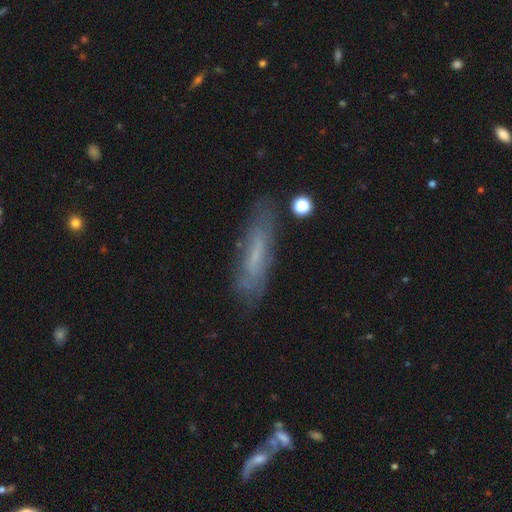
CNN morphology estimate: smooth_or_featured: smooth (p=0.47) [alt: featured or disk p=0.44]
merging: none (p=0.72) [alt: minor disturbance p=0.19]